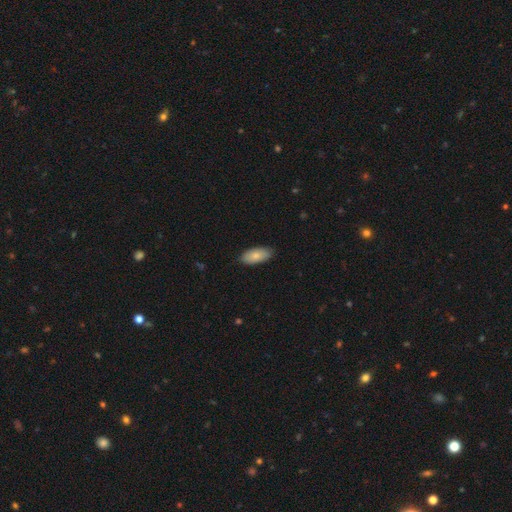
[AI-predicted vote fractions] This appears to be a smooth galaxy with no disk features (82%) that is in between round and cigar-shaped (92%). Merging: none (86%).